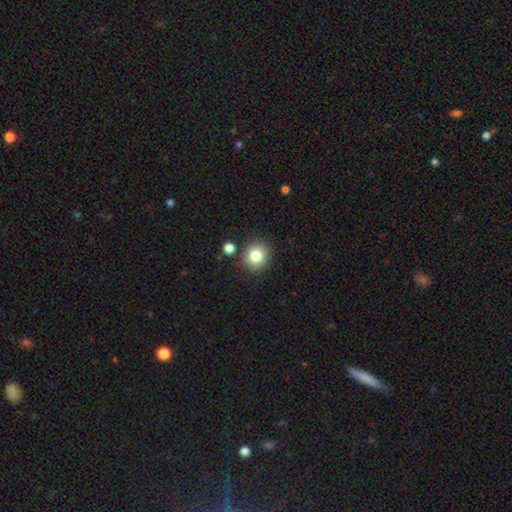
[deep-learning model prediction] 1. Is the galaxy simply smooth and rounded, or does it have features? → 80% smooth, 11% star or artifact, 8% featured or disk.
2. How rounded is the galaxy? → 86% round, 14% in between, 1% cigar-shaped.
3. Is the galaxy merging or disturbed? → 84% none, 8% minor disturbance, 5% merger, 2% major disturbance.